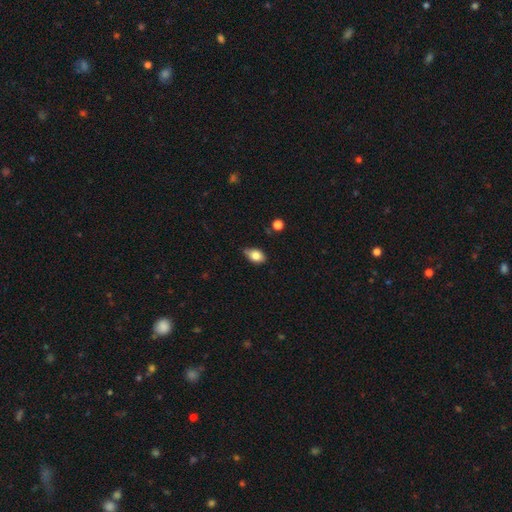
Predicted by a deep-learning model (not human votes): Smooth or featured? Predicted: smooth (p=0.83). How rounded? Predicted: in between (p=0.83). Merging? Predicted: none (p=0.67).